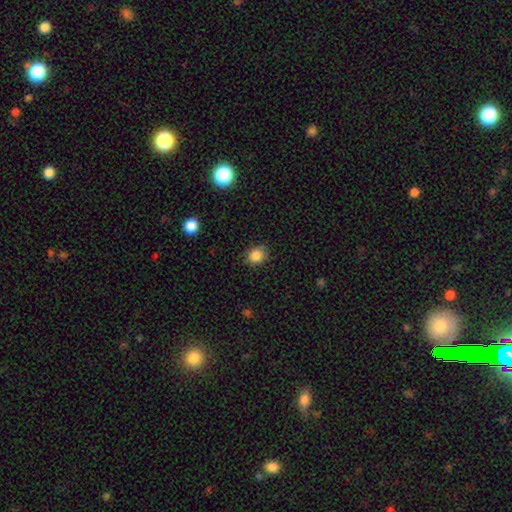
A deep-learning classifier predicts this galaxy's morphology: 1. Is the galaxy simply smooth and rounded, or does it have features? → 85% smooth, 11% star or artifact, 5% featured or disk.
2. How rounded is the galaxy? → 67% round, 32% in between, 1% cigar-shaped.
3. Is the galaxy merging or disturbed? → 80% none, 15% minor disturbance, 3% major disturbance, 1% merger.